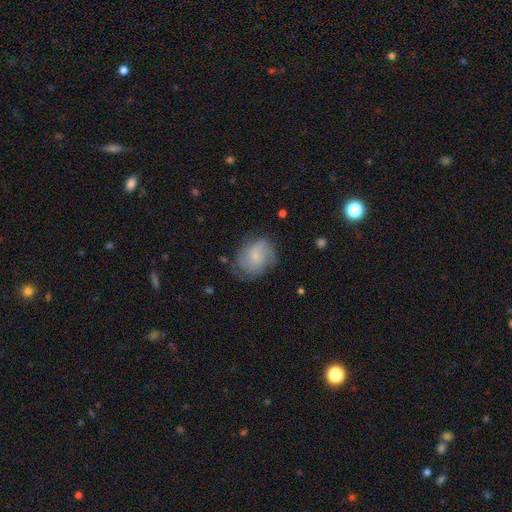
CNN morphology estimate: Overall: smooth (46%, tied with featured or disk). Merging: none (60%; minor disturbance 26%).